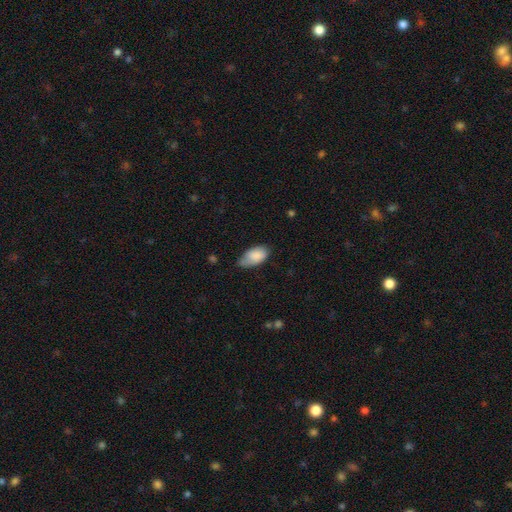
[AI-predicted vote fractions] Overall: smooth (85%). How rounded: in between (94%). Merging: none (51%; minor disturbance 39%).